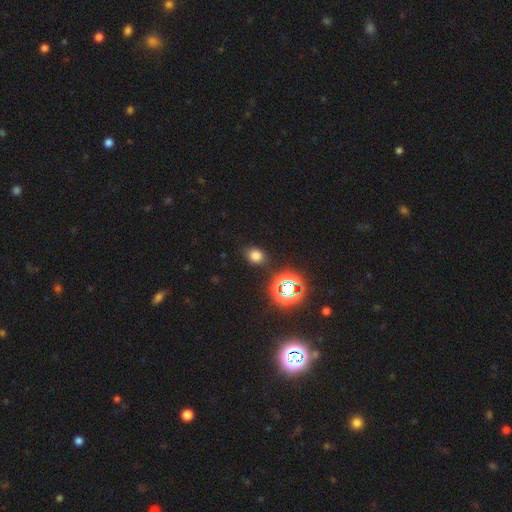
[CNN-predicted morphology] This appears to be a smooth galaxy with no disk features (70%) that is round (54%). Merging: none (82%).